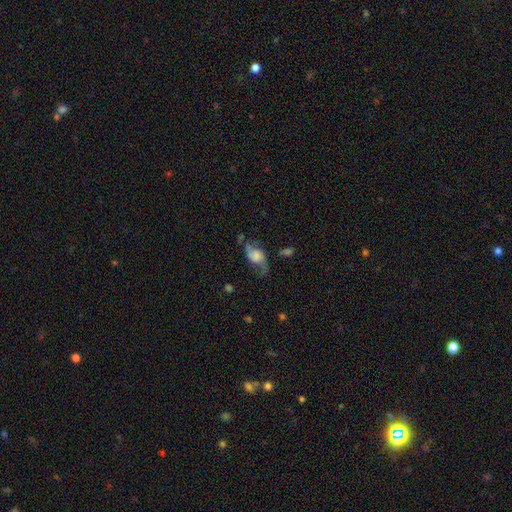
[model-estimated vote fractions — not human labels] Q: Smooth or featured?
A: featured or disk (65%); runner-up: smooth (26%)
Q: Edge-on disk?
A: no (96%); runner-up: yes (4%)
Q: Bar?
A: no (67%); runner-up: weak (27%)
Q: Spiral arms?
A: yes (90%); runner-up: no (10%)
Q: Spiral winding?
A: loose (69%); runner-up: medium (25%)
Q: Spiral arm count?
A: 2 (89%); runner-up: 1 (4%)
Q: Bulge size?
A: small (25%); tied with: moderate (25%)
Q: Merging?
A: none (53%); runner-up: minor disturbance (23%)